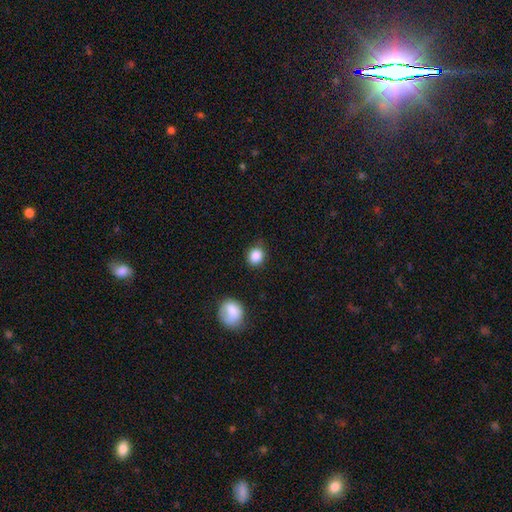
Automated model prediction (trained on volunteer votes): Morphology: type=smooth (87%); roundness=round (79%); merging=none (80%).